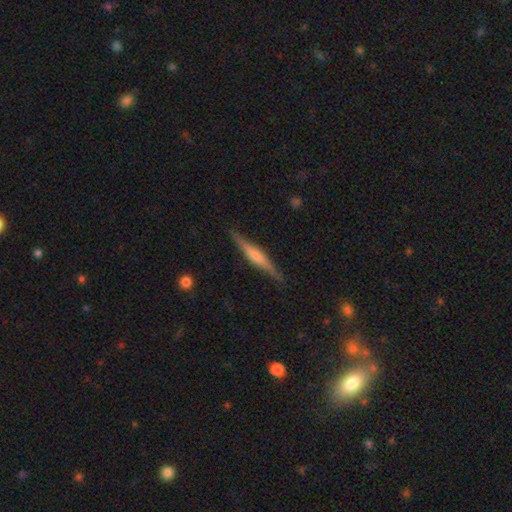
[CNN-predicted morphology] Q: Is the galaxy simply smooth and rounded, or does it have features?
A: featured or disk — 63%.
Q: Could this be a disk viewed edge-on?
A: yes — 97%.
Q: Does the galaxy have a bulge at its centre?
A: rounded — 41%.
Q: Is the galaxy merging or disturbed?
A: none — 88%.